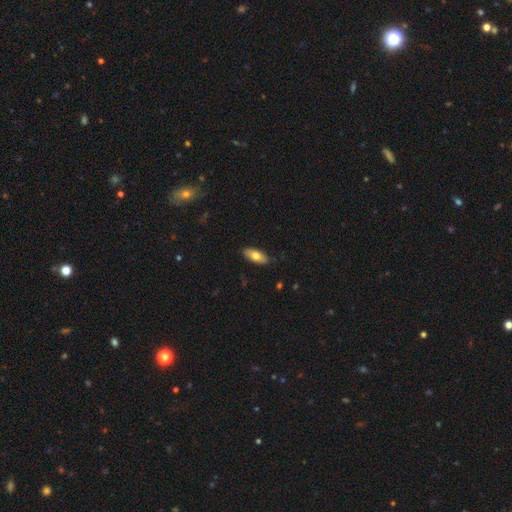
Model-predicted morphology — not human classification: smooth_or_featured: smooth (p=0.74) [alt: featured or disk p=0.20]
how_rounded: in between (p=0.83) [alt: cigar-shaped p=0.15]
merging: none (p=0.86) [alt: minor disturbance p=0.11]